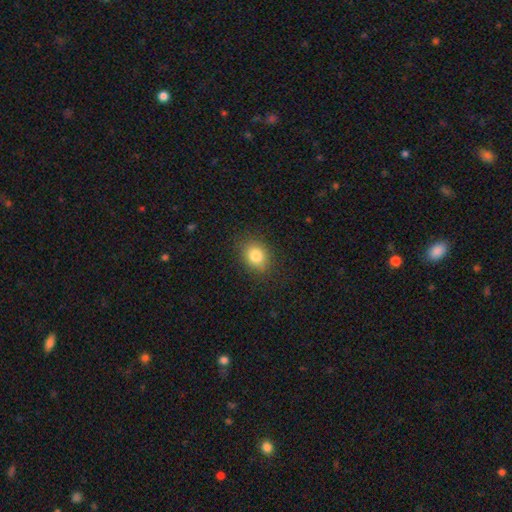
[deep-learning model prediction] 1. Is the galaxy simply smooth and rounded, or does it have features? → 82% smooth, 10% star or artifact, 7% featured or disk.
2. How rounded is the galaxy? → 58% in between, 41% round, 1% cigar-shaped.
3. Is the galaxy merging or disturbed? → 85% none, 11% minor disturbance, 3% major disturbance, 1% merger.